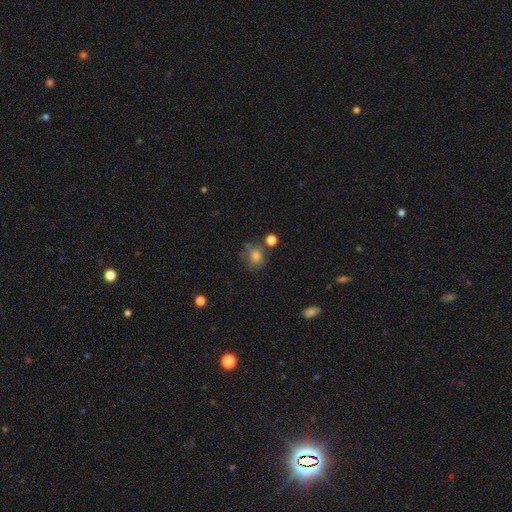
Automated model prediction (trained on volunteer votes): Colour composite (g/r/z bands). It shows a smooth galaxy with no disk features (74%) that is round (70%). Merging: none (58%).